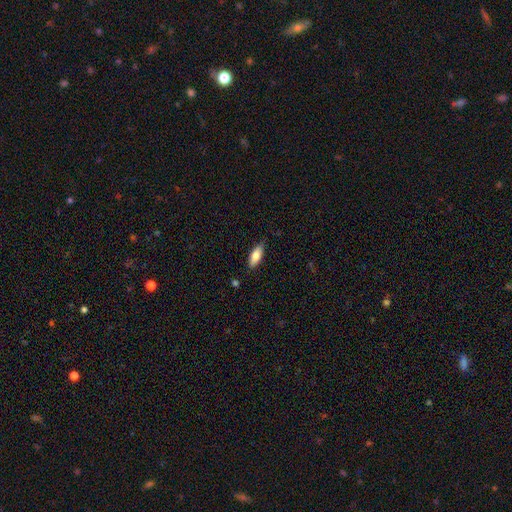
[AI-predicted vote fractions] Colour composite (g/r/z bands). It shows a smooth galaxy with no disk features (80%) that is in between round and cigar-shaped (73%). Merging: none (83%).